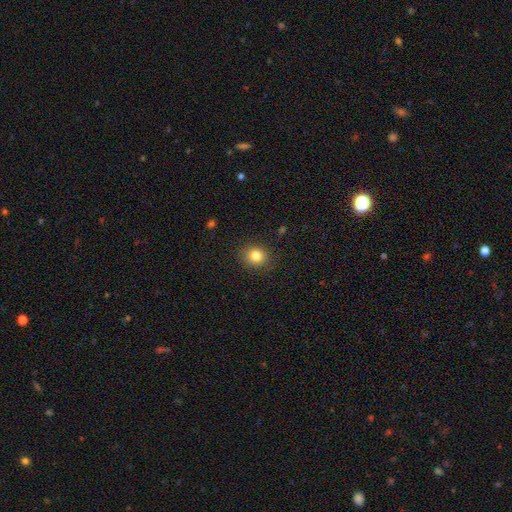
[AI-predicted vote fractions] Q: Smooth or featured?
A: smooth (82%); runner-up: star or artifact (12%)
Q: How rounded?
A: round (75%); runner-up: in between (24%)
Q: Merging?
A: none (89%); runner-up: minor disturbance (8%)